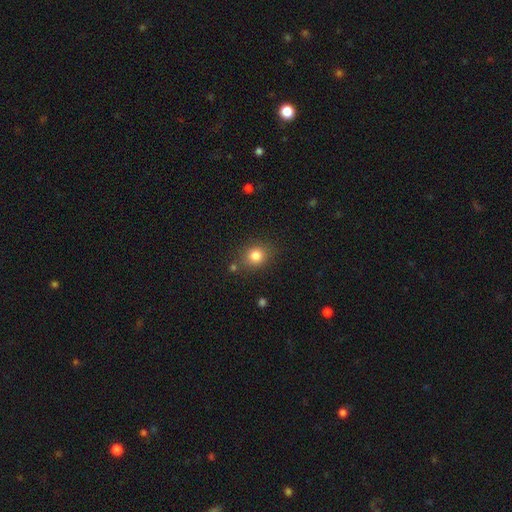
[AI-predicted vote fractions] smooth_or_featured: smooth (p=0.82) [alt: star or artifact p=0.11]
how_rounded: round (p=0.72) [alt: in between p=0.27]
merging: none (p=0.78) [alt: minor disturbance p=0.12]